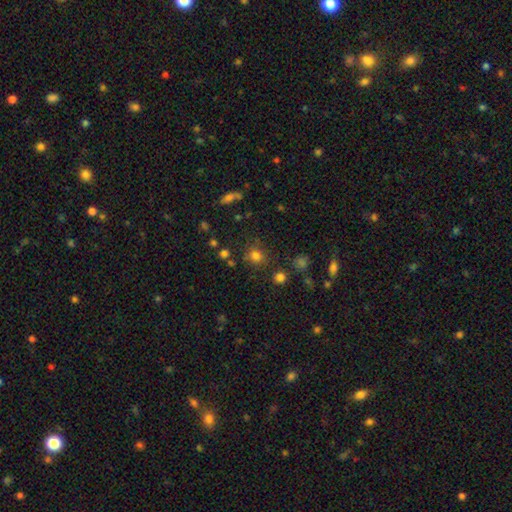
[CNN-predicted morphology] A smooth galaxy with no disk features (77%) that is round (85%).

Vote fractions:
- Smooth or featured? smooth: 77% / star or artifact: 17% / featured or disk: 6%
- How rounded? round: 85% / in between: 14% / cigar-shaped: 1%
- Merging? none: 79% / minor disturbance: 11% / merger: 5% / major disturbance: 4%